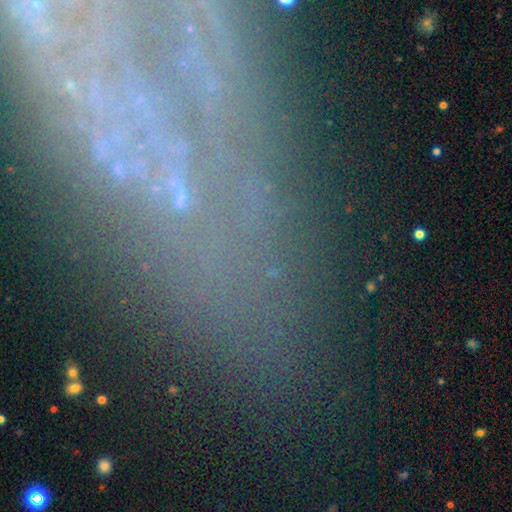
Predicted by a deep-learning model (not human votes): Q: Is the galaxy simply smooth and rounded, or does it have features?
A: featured or disk — 40%, tied with star or artifact.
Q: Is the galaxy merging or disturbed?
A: none — 67%.